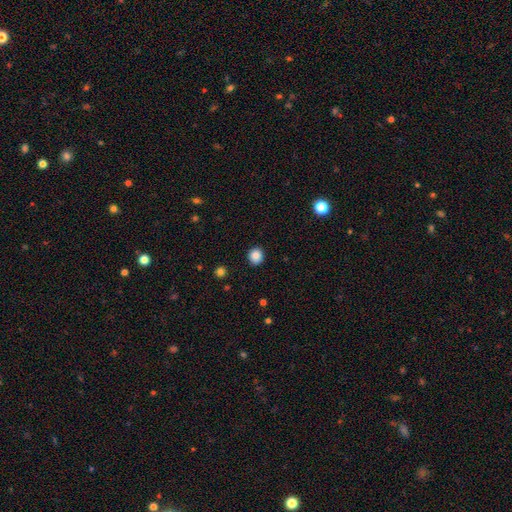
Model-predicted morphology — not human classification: A smooth galaxy with no disk features (86%) that is round (87%).

Vote fractions:
- Smooth or featured? smooth: 86% / star or artifact: 10% / featured or disk: 4%
- How rounded? round: 87% / in between: 12% / cigar-shaped: 1%
- Merging? none: 91% / minor disturbance: 6% / major disturbance: 2% / merger: 1%